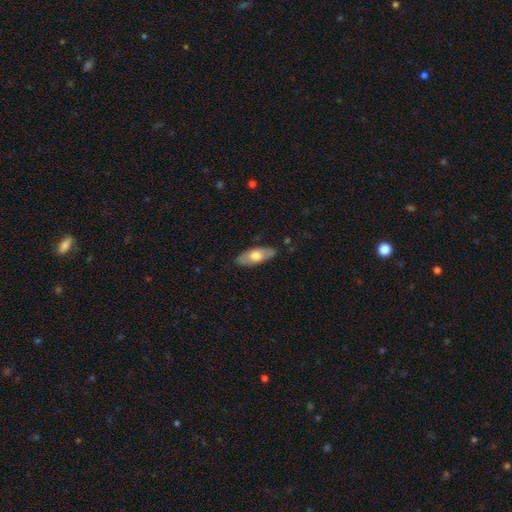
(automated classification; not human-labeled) smooth 59%, featured or disk 35%, star or artifact 6%. Down the decision tree: how rounded — in between (80%); merging — none (83%).